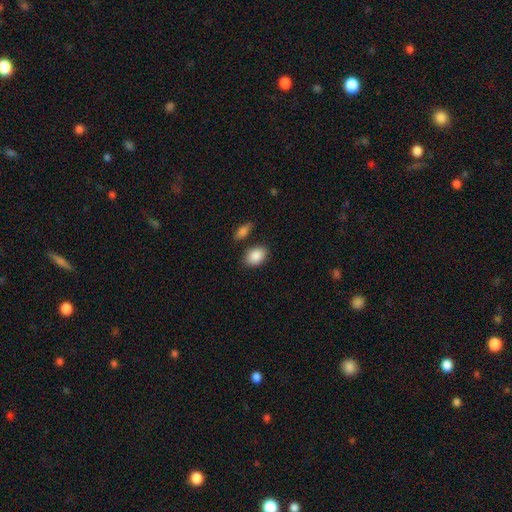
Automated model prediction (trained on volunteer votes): Morphology: type=smooth (89%); roundness=in between (81%); merging=none (77%).